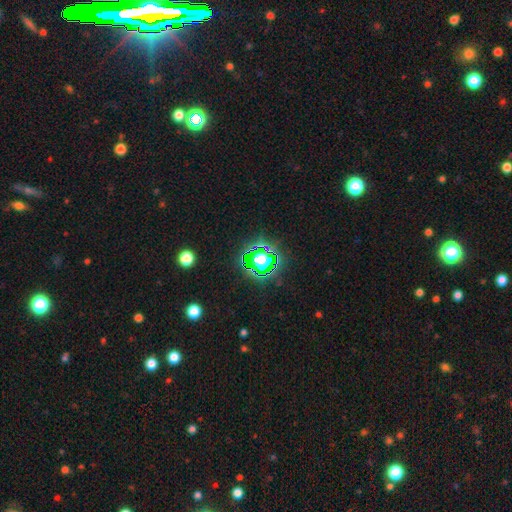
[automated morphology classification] This is possibly a star or artifact rather than a galaxy (55%).